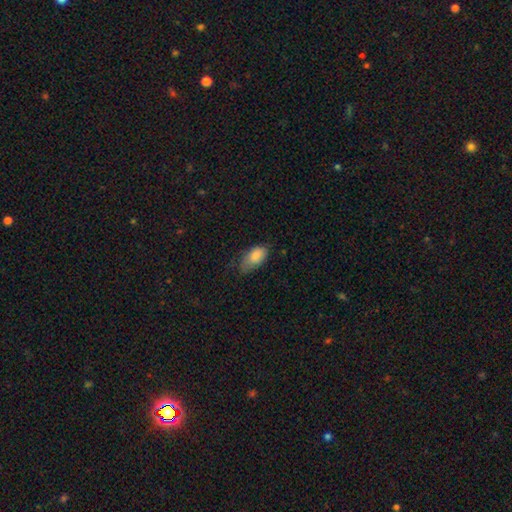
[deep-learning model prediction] This appears to be a smooth galaxy with no disk features (82%) that is in between round and cigar-shaped (93%). Merging: none (49%).